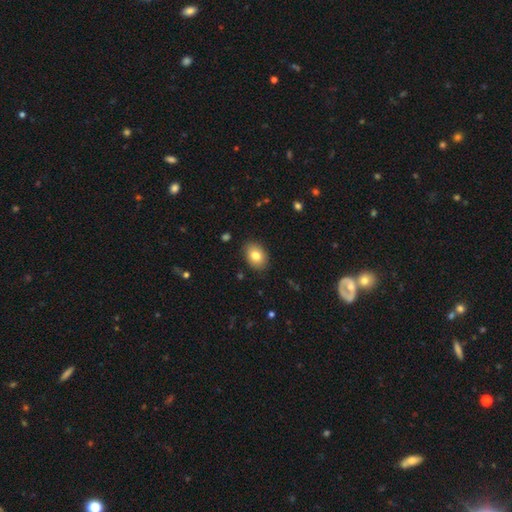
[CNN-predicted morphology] smooth-or-featured: smooth: 81% | featured or disk: 10% | star or artifact: 8%
  how-rounded: in between: 76% | round: 23% | cigar-shaped: 1%
  merging: none: 87% | minor disturbance: 9% | major disturbance: 2% | merger: 1%